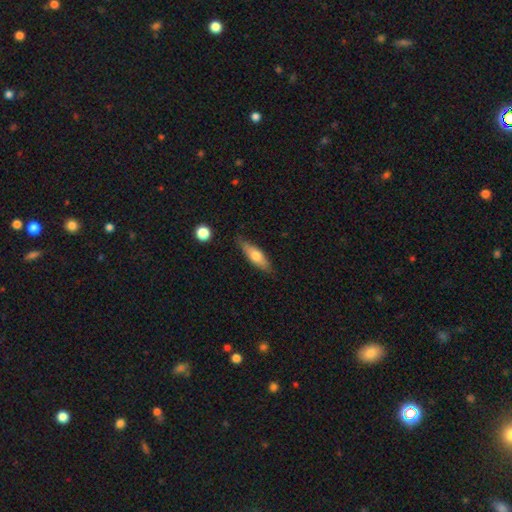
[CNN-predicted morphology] This is likely a smooth galaxy (62%). How rounded: possibly cigar-shaped (51%). Merging: likely none (79%).